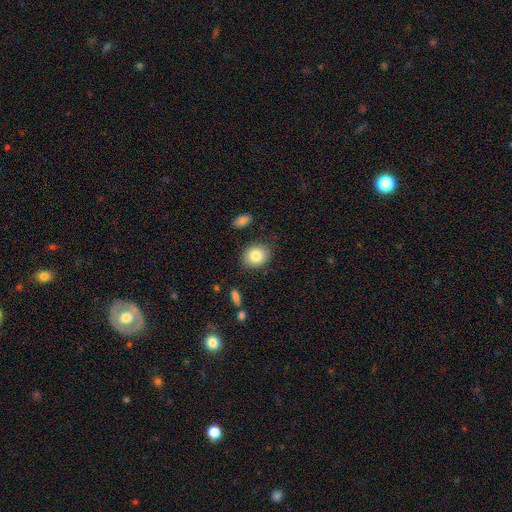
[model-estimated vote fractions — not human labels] Smooth or featured?
  - smooth: 83% *
  - featured or disk: 9%
  - star or artifact: 8%
How rounded?
  - round: 55% *
  - in between: 44%
  - cigar-shaped: 1%
Merging?
  - none: 83% *
  - minor disturbance: 11%
  - major disturbance: 3%
  - merger: 2%